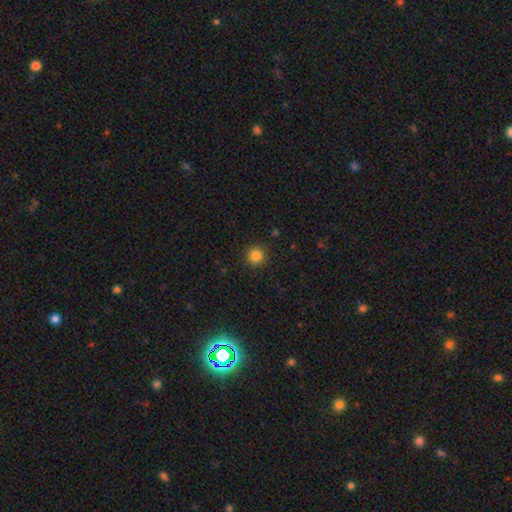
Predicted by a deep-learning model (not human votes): The model was most divided on "smooth or featured": smooth: 85%, star or artifact: 12%, featured or disk: 4%. More confident: how rounded — round (95%); merging — none (92%).